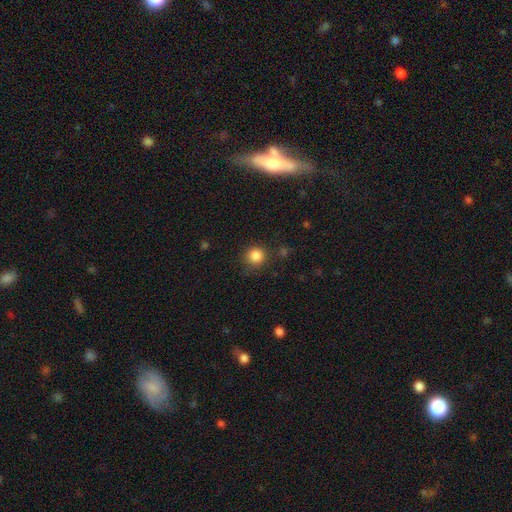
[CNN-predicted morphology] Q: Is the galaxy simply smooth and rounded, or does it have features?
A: smooth — 85%.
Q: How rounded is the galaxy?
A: round — 93%.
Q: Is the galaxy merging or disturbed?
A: none — 82%.